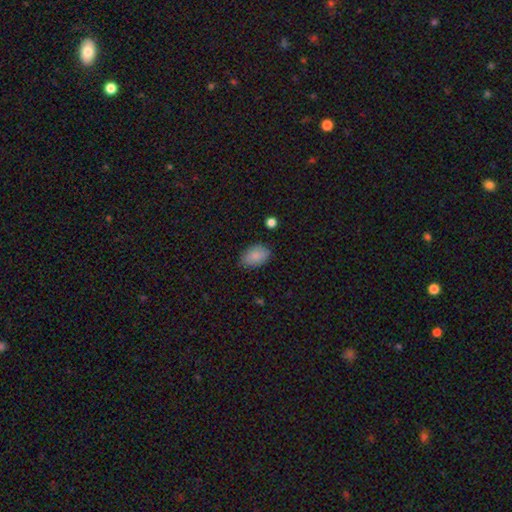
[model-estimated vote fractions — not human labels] Overall: smooth (85%). How rounded: in between (85%). Merging: none (80%).